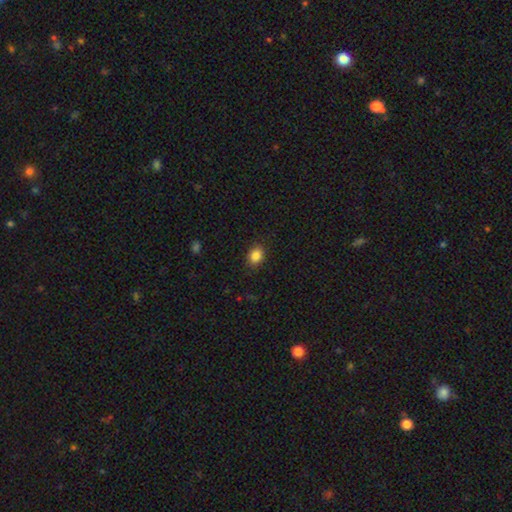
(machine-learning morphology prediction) smooth 86%, star or artifact 9%, featured or disk 4%. Down the decision tree: how rounded — in between (57%); merging — none (88%).